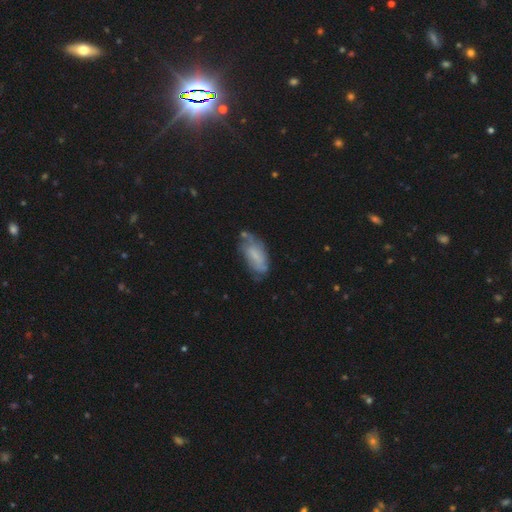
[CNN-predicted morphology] This appears to be a smooth galaxy with no disk features (50%) that is in between round and cigar-shaped (87%). Merging: none (51%).